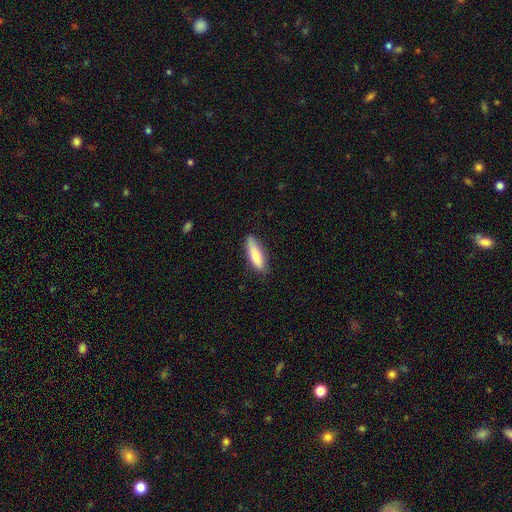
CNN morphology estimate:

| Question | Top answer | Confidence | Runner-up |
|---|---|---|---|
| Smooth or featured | smooth | 79% | featured or disk (15%) |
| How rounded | cigar-shaped | 59% | in between (39%) |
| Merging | none | 80% | minor disturbance (16%) |